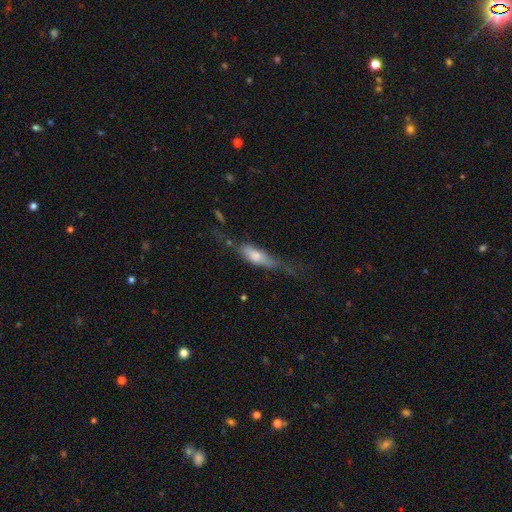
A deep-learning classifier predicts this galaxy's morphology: Q: Smooth or featured?
A: smooth (58%); runner-up: featured or disk (34%)
Q: How rounded?
A: in between (53%); runner-up: cigar-shaped (43%)
Q: Merging?
A: none (34%); runner-up: major disturbance (32%)